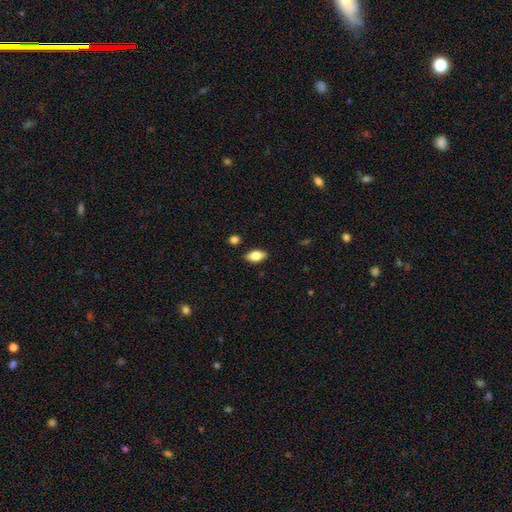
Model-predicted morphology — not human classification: A smooth galaxy with no disk features (75%) that is in between round and cigar-shaped (88%). Merging: none (86%).